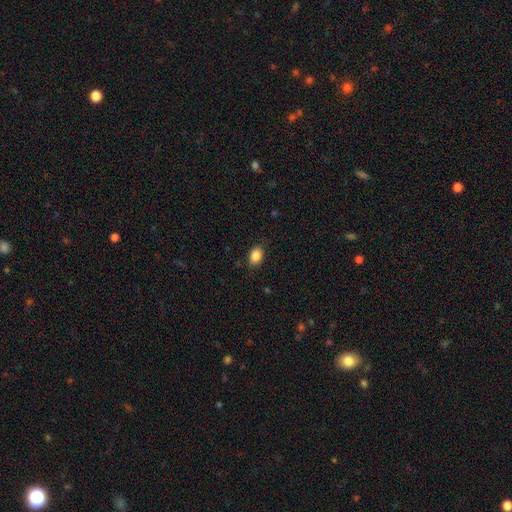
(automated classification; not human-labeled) smooth_or_featured: smooth (p=0.86) [alt: star or artifact p=0.09]
how_rounded: in between (p=0.79) [alt: round p=0.20]
merging: none (p=0.85) [alt: minor disturbance p=0.12]